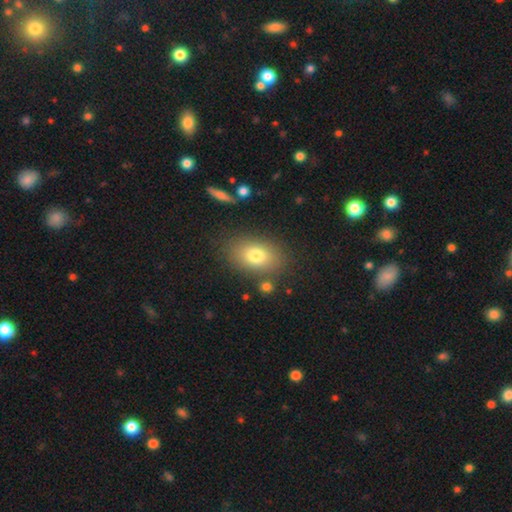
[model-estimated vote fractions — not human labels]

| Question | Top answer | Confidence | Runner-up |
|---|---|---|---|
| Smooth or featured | smooth | 77% | featured or disk (13%) |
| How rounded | in between | 82% | round (16%) |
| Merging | none | 81% | minor disturbance (11%) |